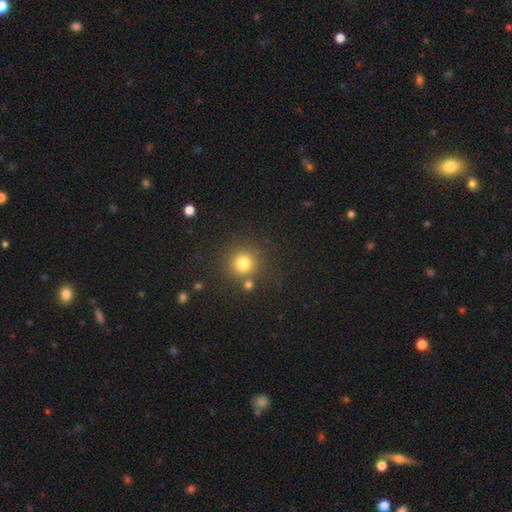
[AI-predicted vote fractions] Overall: smooth (58%; star or artifact 36%). How rounded: round (93%). Merging: none (87%).